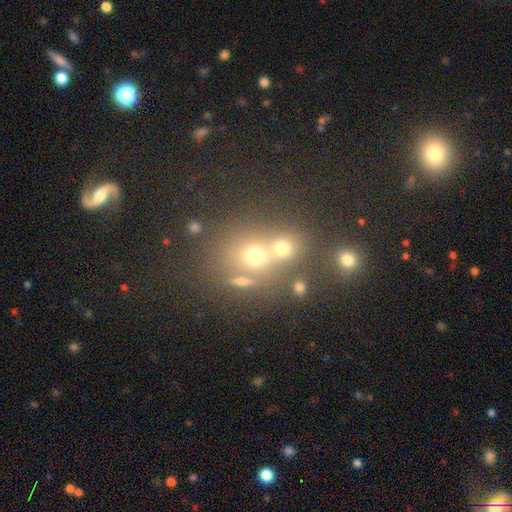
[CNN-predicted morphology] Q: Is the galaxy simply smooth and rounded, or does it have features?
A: smooth — 51%.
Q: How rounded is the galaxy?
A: round — 73%.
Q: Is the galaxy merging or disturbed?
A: none — 45%.